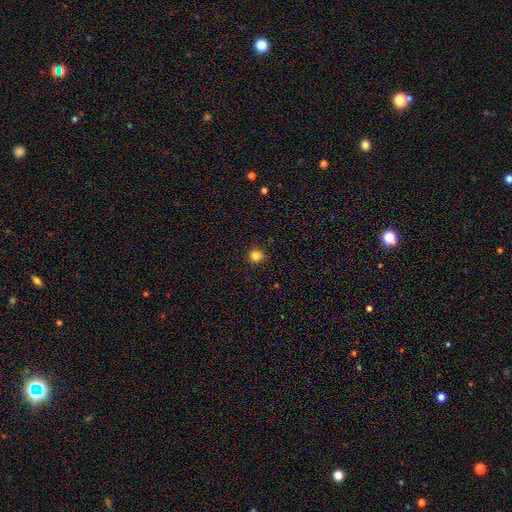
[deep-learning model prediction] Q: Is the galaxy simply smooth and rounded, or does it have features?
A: smooth — 82%.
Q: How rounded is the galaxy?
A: round — 88%.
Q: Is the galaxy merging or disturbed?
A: none — 85%.